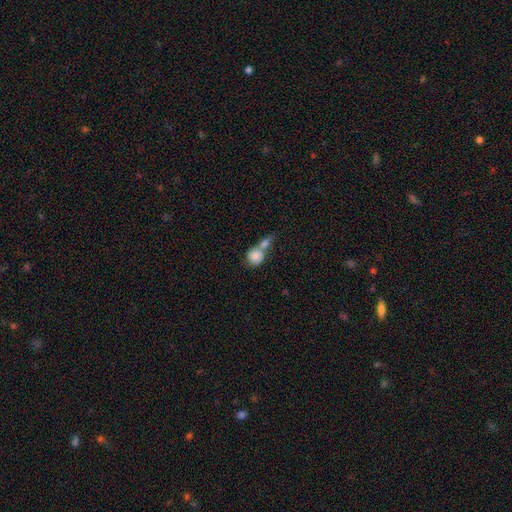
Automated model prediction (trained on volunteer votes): Smooth or featured? Predicted: smooth (p=0.83). How rounded? Predicted: round (p=0.77). Merging? Predicted: merger (p=0.65).